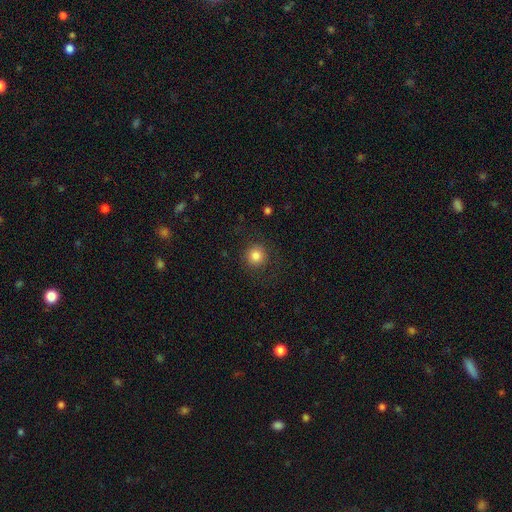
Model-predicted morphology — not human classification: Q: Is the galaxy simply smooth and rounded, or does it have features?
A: smooth — 83%.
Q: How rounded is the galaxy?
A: round — 94%.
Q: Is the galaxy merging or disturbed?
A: none — 87%.